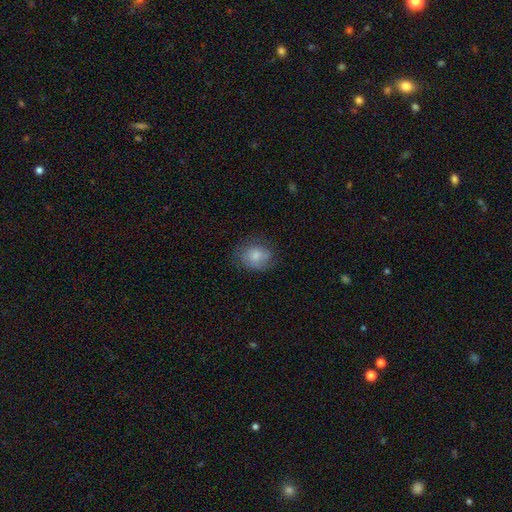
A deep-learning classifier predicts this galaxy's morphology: Smooth or featured? Predicted: smooth (p=0.76). How rounded? Predicted: in between (p=0.53). Merging? Predicted: none (p=0.66).